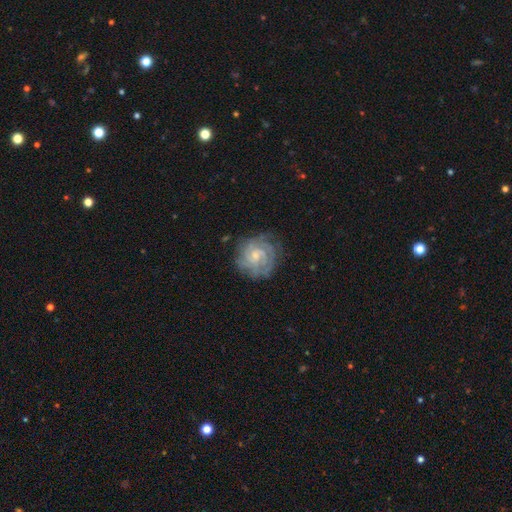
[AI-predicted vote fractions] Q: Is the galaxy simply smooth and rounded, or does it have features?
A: featured or disk — 84%.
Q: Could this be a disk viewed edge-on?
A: no — 98%.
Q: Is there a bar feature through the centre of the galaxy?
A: no — 57%.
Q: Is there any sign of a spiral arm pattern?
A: yes — 96%.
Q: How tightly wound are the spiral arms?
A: tight — 72%.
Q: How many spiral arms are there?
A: can't tell — 30%.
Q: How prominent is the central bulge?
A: small — 67%.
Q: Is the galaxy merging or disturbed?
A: none — 74%.